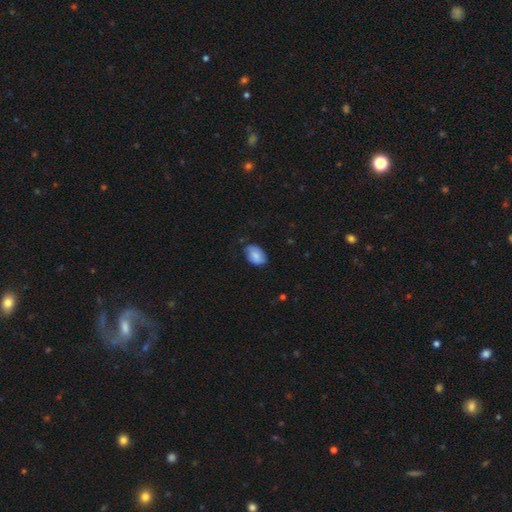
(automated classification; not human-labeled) Smooth or featured?
  - smooth: 78% *
  - featured or disk: 14%
  - star or artifact: 7%
How rounded?
  - in between: 85% *
  - round: 13%
  - cigar-shaped: 1%
Merging?
  - none: 65% *
  - minor disturbance: 28%
  - major disturbance: 6%
  - merger: 1%